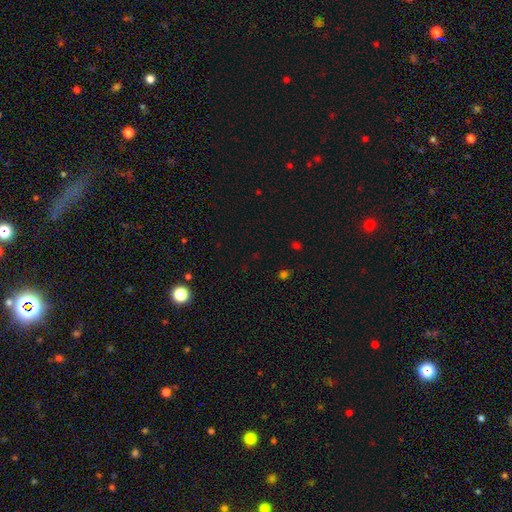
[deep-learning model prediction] A star or artifact, not a galaxy (60%).